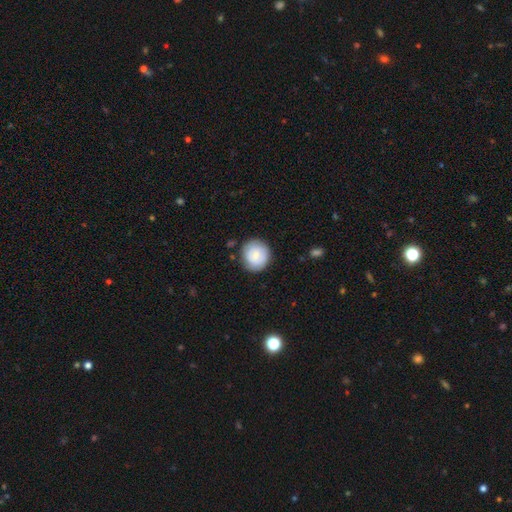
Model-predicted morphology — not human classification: Smooth or featured? smooth (68%)
How rounded? round (90%)
Merging? none (82%)